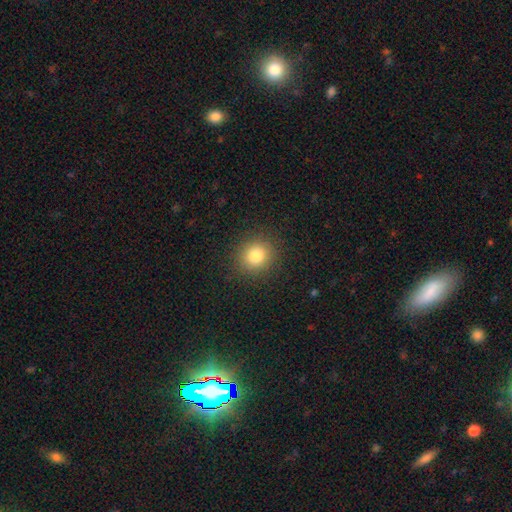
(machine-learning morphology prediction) smooth 82%, star or artifact 12%, featured or disk 7%. Down the decision tree: how rounded — round (86%); merging — none (90%).